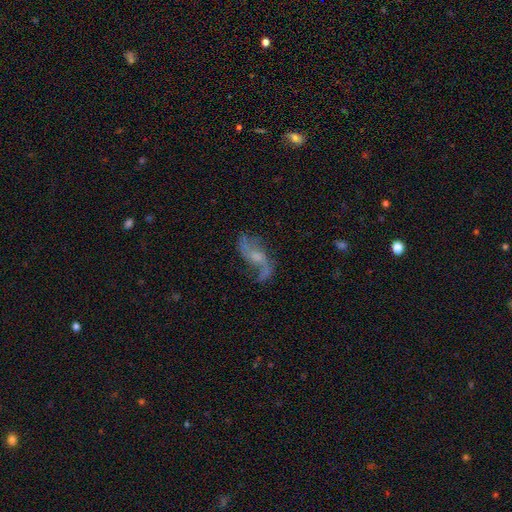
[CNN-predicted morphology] type=featured or disk (78%); edge-on=no (94%); bar=no (52%); spiral arms=yes (88%); winding=loose (81%); arm count=2 (86%); bulge=small (36%); merging=none (56%).